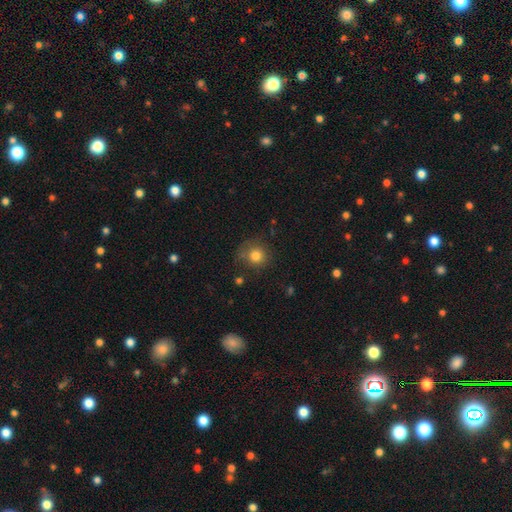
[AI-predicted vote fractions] Smooth or featured? smooth (80%)
How rounded? round (90%)
Merging? none (73%)